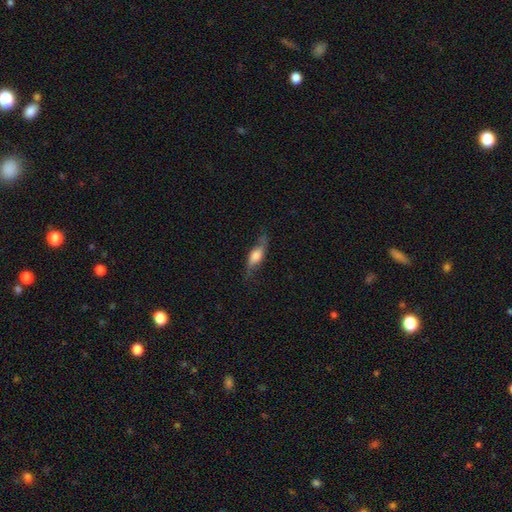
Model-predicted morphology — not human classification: smooth-or-featured: smooth: 47% | featured or disk: 46% | star or artifact: 7%
  merging: none: 67% | minor disturbance: 23% | major disturbance: 9% | merger: 1%